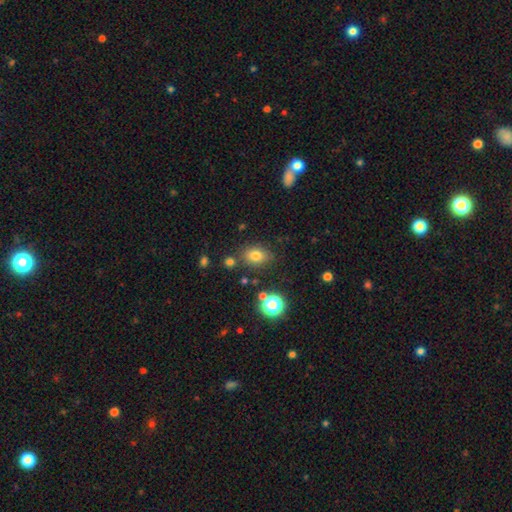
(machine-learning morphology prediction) Smooth or featured? smooth (76%)
How rounded? in between (67%)
Merging? none (78%)